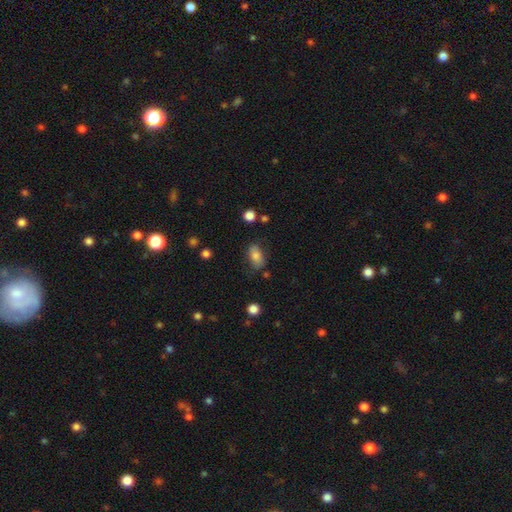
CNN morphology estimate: Smooth or featured?
  - smooth: 79% *
  - featured or disk: 13%
  - star or artifact: 9%
How rounded?
  - in between: 88% *
  - round: 7%
  - cigar-shaped: 5%
Merging?
  - none: 74% *
  - minor disturbance: 18%
  - major disturbance: 5%
  - merger: 3%